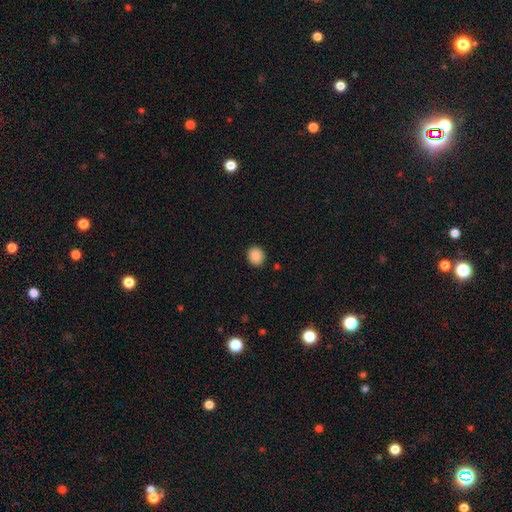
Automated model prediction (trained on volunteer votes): Q: Smooth or featured?
A: smooth (88%); runner-up: star or artifact (9%)
Q: How rounded?
A: round (73%); runner-up: in between (26%)
Q: Merging?
A: none (90%); runner-up: minor disturbance (7%)